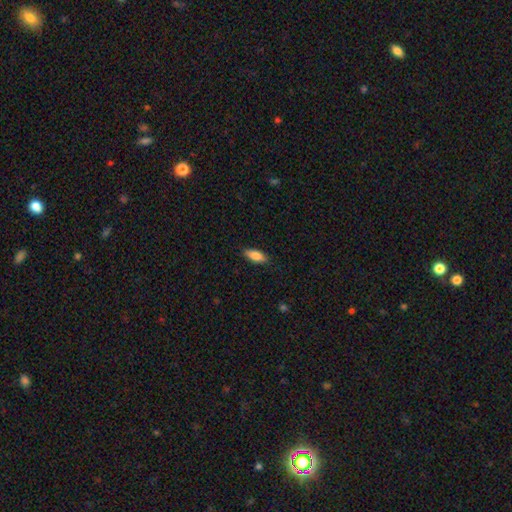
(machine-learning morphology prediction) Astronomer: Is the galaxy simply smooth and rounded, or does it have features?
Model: smooth — 82%.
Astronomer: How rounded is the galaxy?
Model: in between — 75%.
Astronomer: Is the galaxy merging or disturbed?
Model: none — 86%.